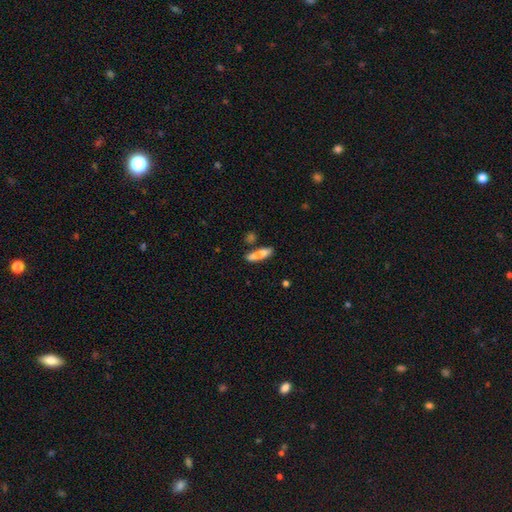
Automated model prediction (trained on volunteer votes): This is likely a smooth galaxy (79%). How rounded: clearly cigar-shaped (81%). Merging: likely none (64%).